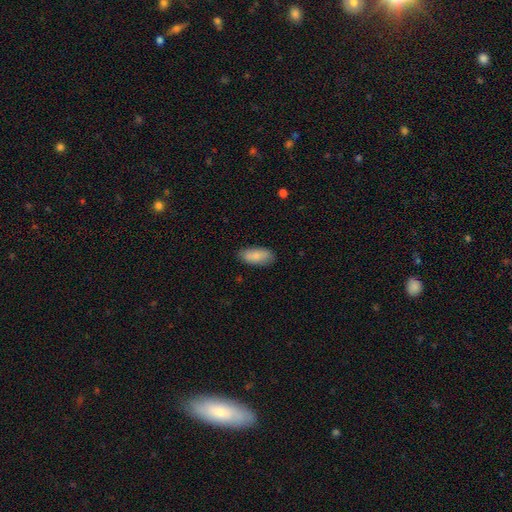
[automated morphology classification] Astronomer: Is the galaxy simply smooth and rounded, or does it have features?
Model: smooth — 85%.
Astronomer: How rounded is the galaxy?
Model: in between — 90%.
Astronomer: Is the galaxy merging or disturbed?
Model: none — 85%.